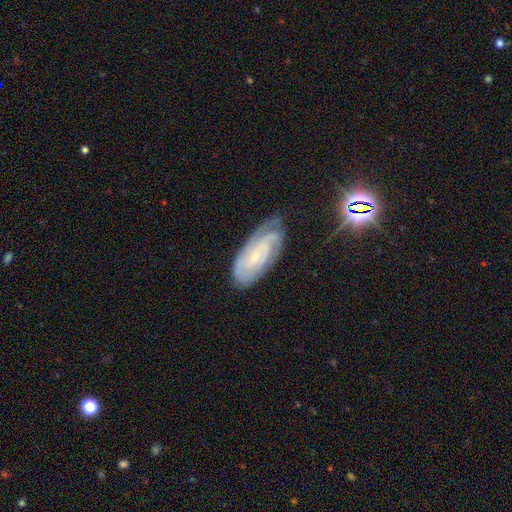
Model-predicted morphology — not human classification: The model was most divided on "spiral arm count": can't tell: 34%, 2: 33%, 3: 17%, 4: 6%, 1: 6%, more than 4: 4%. More confident: spiral arms — yes (95%); edge-on disk — no (94%); smooth or featured — featured or disk (78%); bulge size — small (77%); merging — none (67%); spiral winding — tight (66%); bar — no (61%).